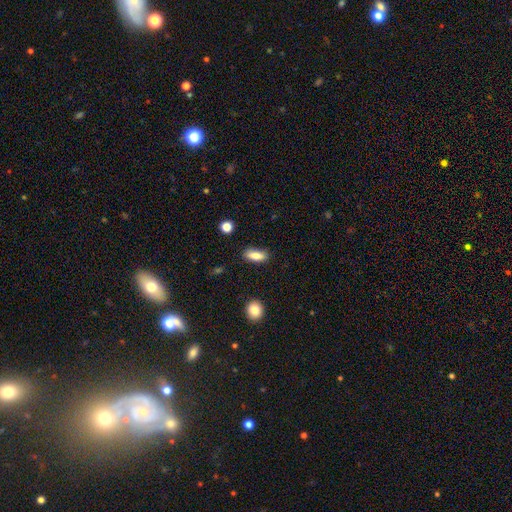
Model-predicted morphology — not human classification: smooth_or_featured: smooth (p=0.85) [alt: star or artifact p=0.08]
how_rounded: in between (p=0.77) [alt: cigar-shaped p=0.20]
merging: none (p=0.82) [alt: minor disturbance p=0.13]